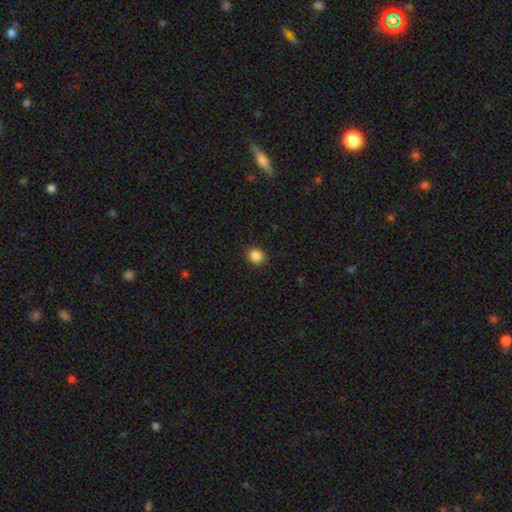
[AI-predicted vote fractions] Smooth or featured? Predicted: smooth (p=0.87). How rounded? Predicted: round (p=0.80). Merging? Predicted: none (p=0.91).